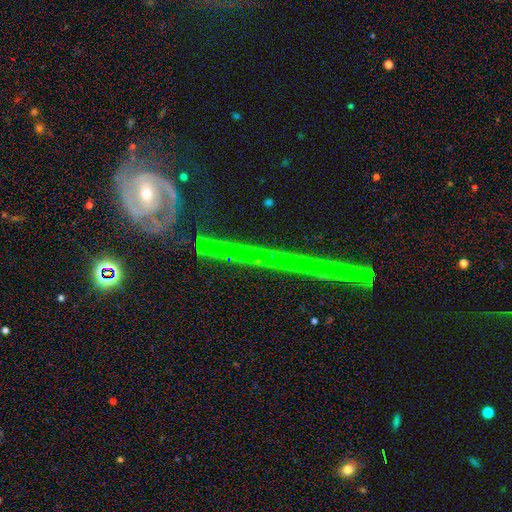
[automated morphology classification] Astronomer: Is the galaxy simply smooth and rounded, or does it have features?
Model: star or artifact — 63%.